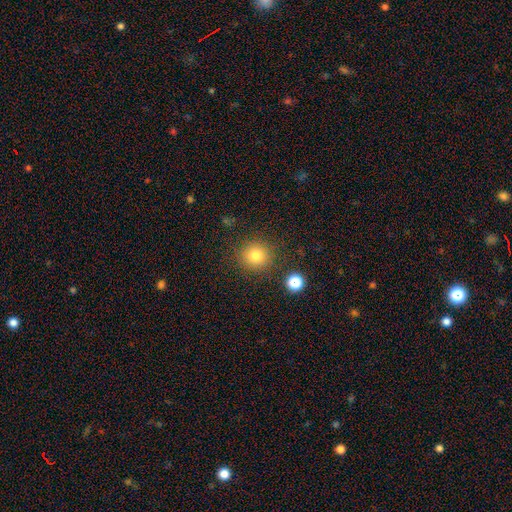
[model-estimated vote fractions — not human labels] Smooth or featured? Predicted: smooth (p=0.80). How rounded? Predicted: round (p=0.92). Merging? Predicted: none (p=0.87).